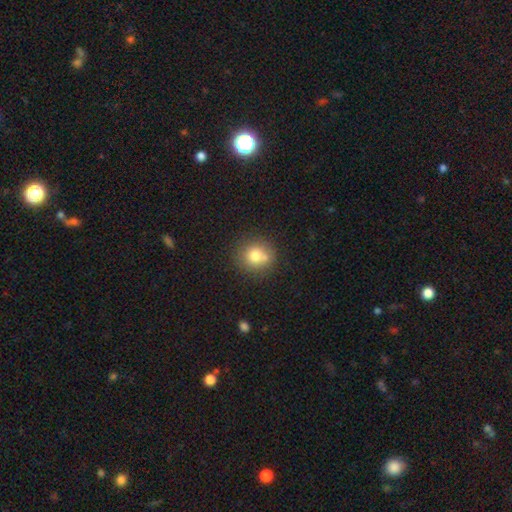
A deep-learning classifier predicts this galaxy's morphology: smooth 75%, featured or disk 14%, star or artifact 11%. Down the decision tree: how rounded — round (88%); merging — none (67%).